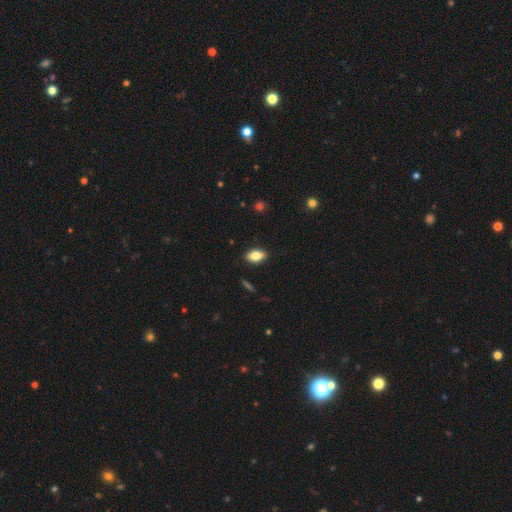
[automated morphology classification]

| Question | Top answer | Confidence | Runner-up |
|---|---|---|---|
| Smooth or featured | smooth | 79% | featured or disk (14%) |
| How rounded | in between | 89% | cigar-shaped (6%) |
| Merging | none | 87% | minor disturbance (9%) |